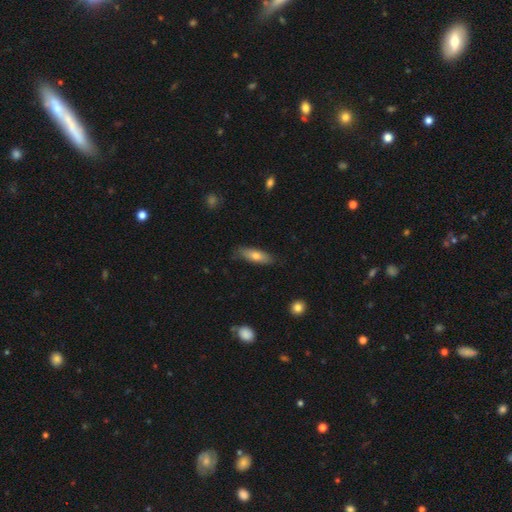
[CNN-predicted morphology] A smooth galaxy with no disk features (71%) that is in between round and cigar-shaped (52%).

Vote fractions:
- Smooth or featured? smooth: 71% / featured or disk: 23% / star or artifact: 6%
- How rounded? in between: 52% / cigar-shaped: 46% / round: 2%
- Merging? none: 79% / minor disturbance: 16% / major disturbance: 3% / merger: 1%